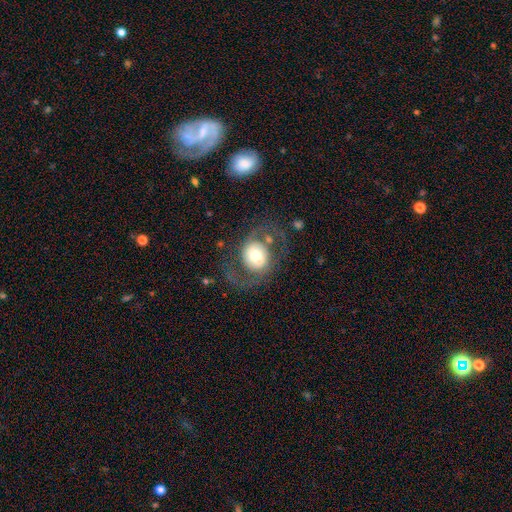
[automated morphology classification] Smooth or featured?
  - featured or disk: 57% *
  - smooth: 36%
  - star or artifact: 8%
Edge-on disk?
  - no: 95% *
  - yes: 5%
Bar?
  - no: 66% *
  - weak: 23%
  - strong: 11%
Spiral arms?
  - yes: 62% *
  - no: 38%
Bulge size?
  - moderate: 50% *
  - large: 25%
  - small: 15%
  - dominant: 8%
  - none: 1%
Merging?
  - none: 61% *
  - major disturbance: 21%
  - minor disturbance: 15%
  - merger: 4%